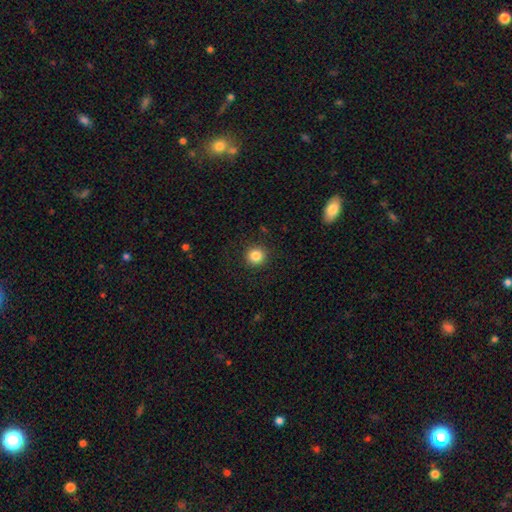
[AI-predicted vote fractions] smooth-or-featured: smooth: 84% | star or artifact: 11% | featured or disk: 5%
  how-rounded: round: 94% | in between: 5% | cigar-shaped: 1%
  merging: none: 91% | minor disturbance: 5% | major disturbance: 2% | merger: 1%